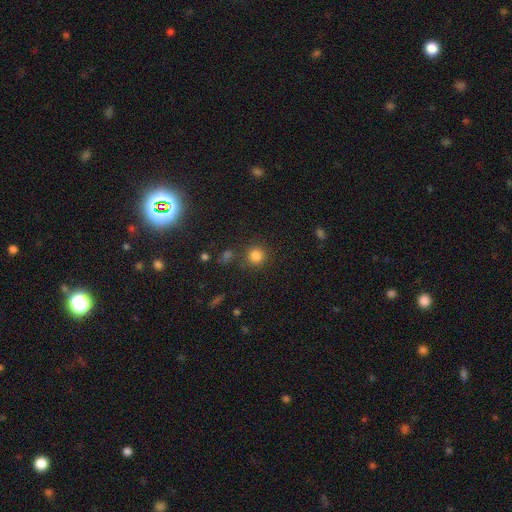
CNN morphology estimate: type=smooth (82%); roundness=round (93%); merging=none (83%).